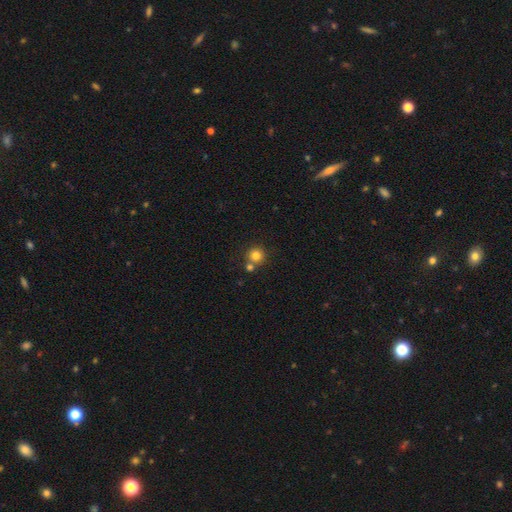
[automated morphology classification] smooth 80%, star or artifact 12%, featured or disk 7%. Down the decision tree: how rounded — round (93%); merging — none (66%).